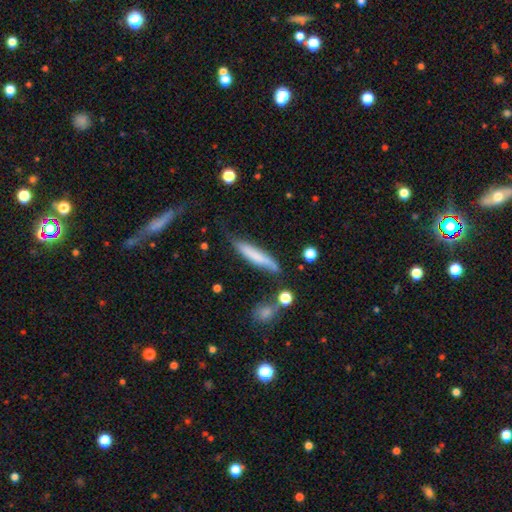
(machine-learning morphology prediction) smooth-or-featured: smooth: 64% | featured or disk: 29% | star or artifact: 7%
  how-rounded: cigar-shaped: 87% | in between: 12% | round: 2%
  merging: none: 56% | minor disturbance: 29% | major disturbance: 10% | merger: 6%